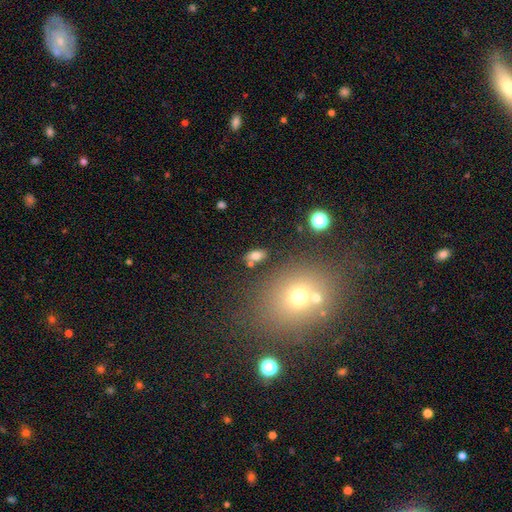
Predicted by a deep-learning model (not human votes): The model was most divided on "smooth or featured": smooth: 76%, star or artifact: 13%, featured or disk: 11%. More confident: how rounded — in between (86%); merging — none (75%).